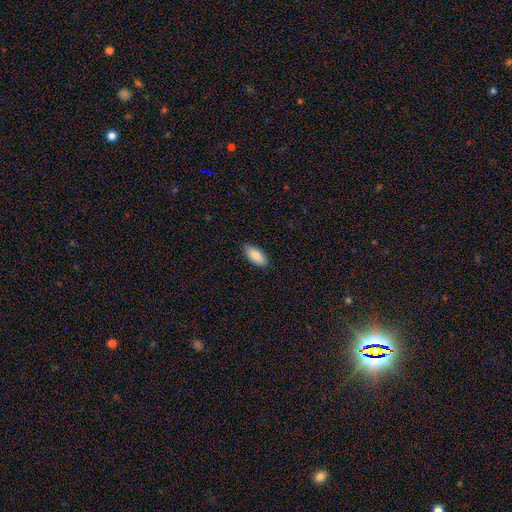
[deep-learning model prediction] A smooth galaxy with no disk features (87%) that is in between round and cigar-shaped (91%). Merging: none (85%).